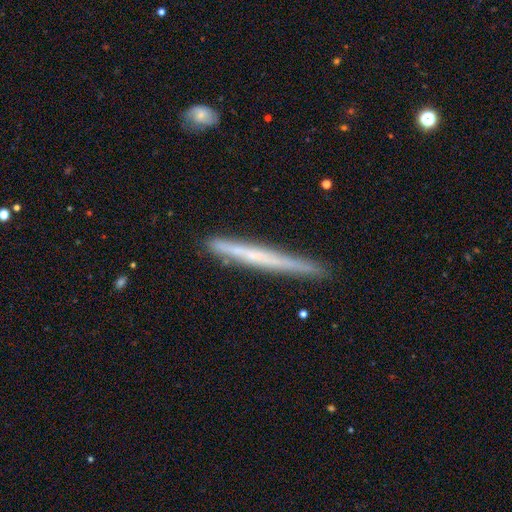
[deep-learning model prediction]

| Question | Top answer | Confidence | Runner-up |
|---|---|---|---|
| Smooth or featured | featured or disk | 54% | smooth (39%) |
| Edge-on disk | yes | 96% | no (4%) |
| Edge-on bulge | none | 80% | rounded (14%) |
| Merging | none | 83% | minor disturbance (13%) |